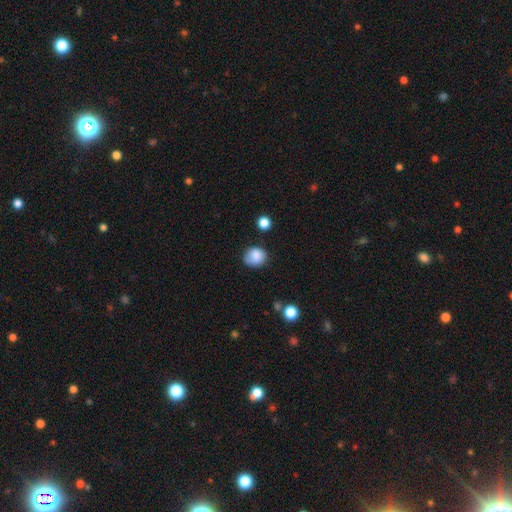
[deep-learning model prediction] A smooth galaxy with no disk features (83%) that is round (68%).

Vote fractions:
- Smooth or featured? smooth: 83% / star or artifact: 9% / featured or disk: 8%
- How rounded? round: 68% / in between: 31% / cigar-shaped: 1%
- Merging? none: 67% / minor disturbance: 24% / major disturbance: 6% / merger: 3%